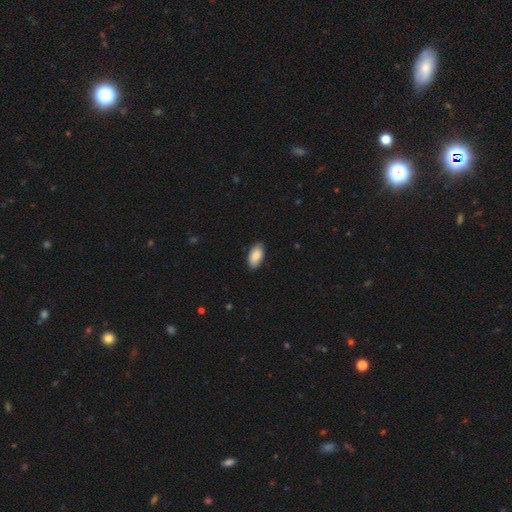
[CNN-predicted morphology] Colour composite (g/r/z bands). It shows a smooth galaxy with no disk features (86%) that is in between round and cigar-shaped (95%). Merging: none (87%).